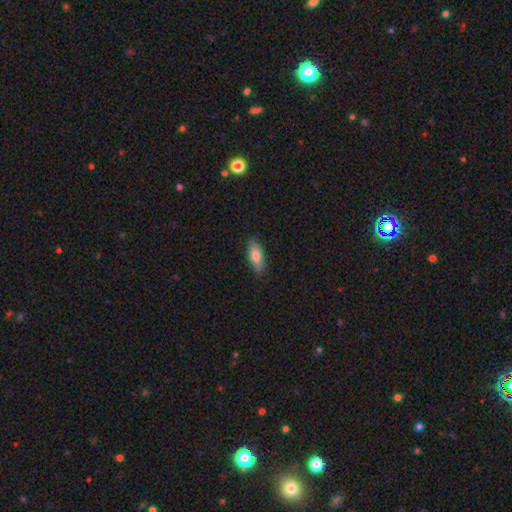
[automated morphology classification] Smooth or featured?
  - smooth: 79% *
  - featured or disk: 15%
  - star or artifact: 6%
How rounded?
  - in between: 74% *
  - cigar-shaped: 23%
  - round: 2%
Merging?
  - none: 86% *
  - minor disturbance: 11%
  - major disturbance: 2%
  - merger: 1%